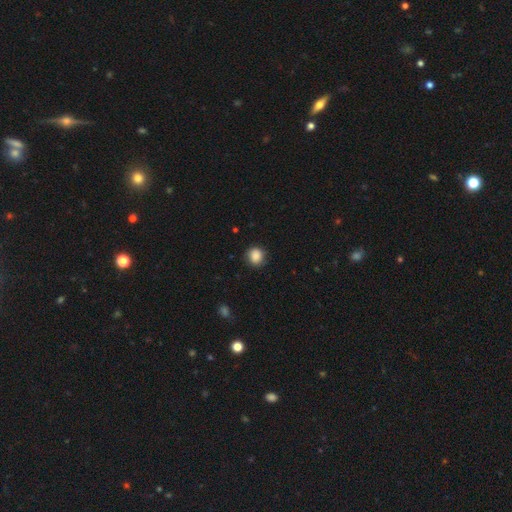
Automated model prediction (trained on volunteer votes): Smooth or featured? Predicted: smooth (p=0.87). How rounded? Predicted: round (p=0.82). Merging? Predicted: none (p=0.84).